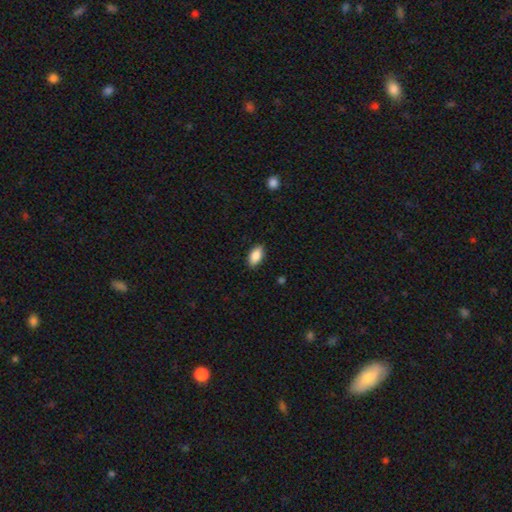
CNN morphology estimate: This is clearly a smooth galaxy (88%). How rounded: clearly in between (93%). Merging: clearly none (87%).